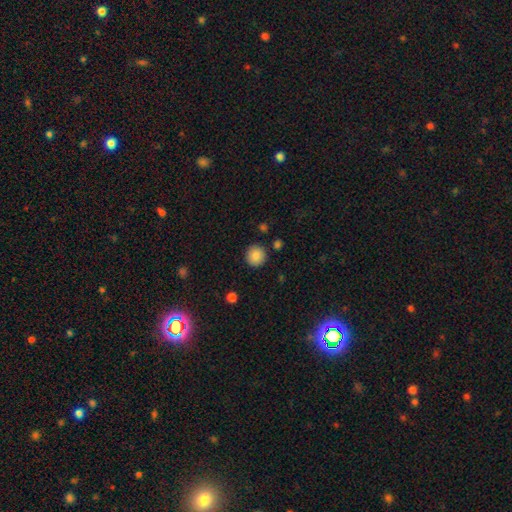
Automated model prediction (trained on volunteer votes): Smooth or featured? smooth (87%)
How rounded? round (93%)
Merging? none (89%)